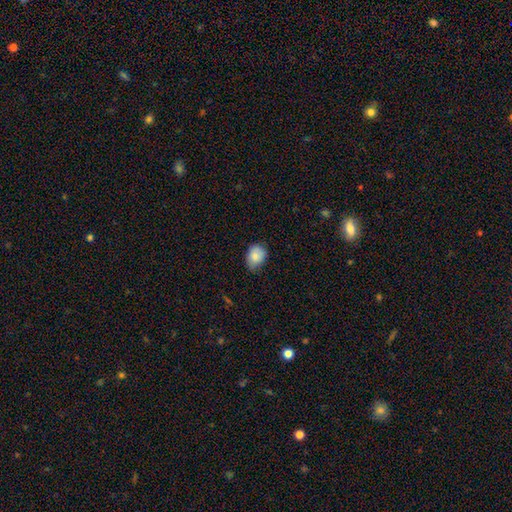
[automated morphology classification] smooth-or-featured: smooth: 85% | star or artifact: 8% | featured or disk: 8%
  how-rounded: in between: 57% | round: 42% | cigar-shaped: 1%
  merging: none: 64% | minor disturbance: 31% | major disturbance: 4% | merger: 1%